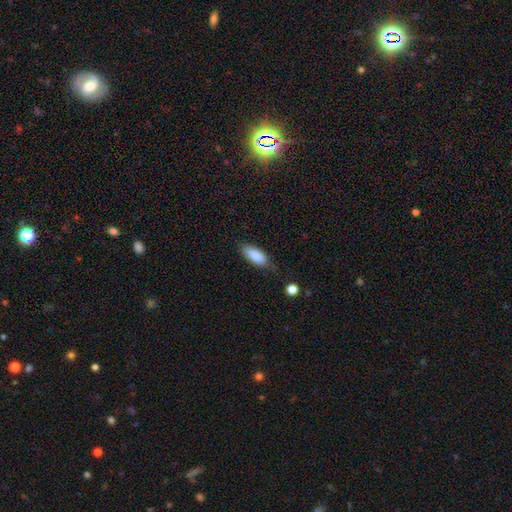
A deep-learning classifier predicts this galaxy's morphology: Smooth or featured: smooth — 86% (featured or disk — 8%)
How rounded: in between — 78% (cigar-shaped — 20%)
Merging: none — 70% (minor disturbance — 22%)